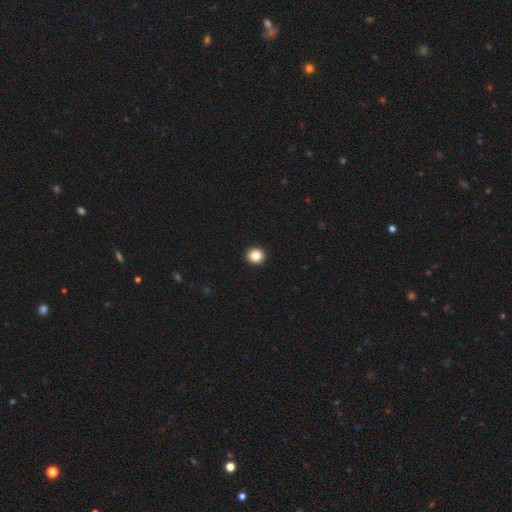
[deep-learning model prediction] smooth-or-featured: smooth: 86% | star or artifact: 10% | featured or disk: 4%
  how-rounded: round: 91% | in between: 8% | cigar-shaped: 1%
  merging: none: 94% | minor disturbance: 4% | major disturbance: 1% | merger: 1%